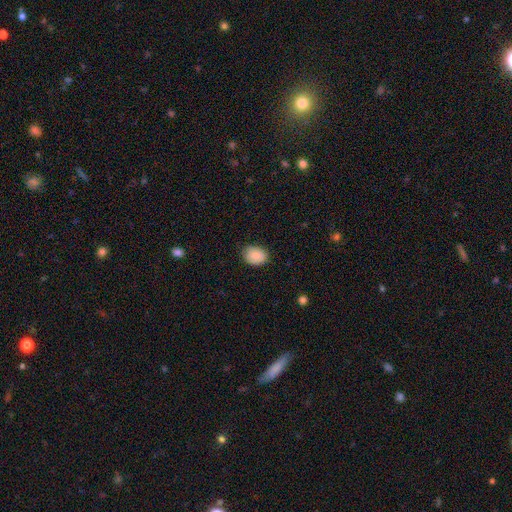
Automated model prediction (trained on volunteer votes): Smooth or featured? Predicted: smooth (p=0.87). How rounded? Predicted: in between (p=0.60). Merging? Predicted: none (p=0.80).